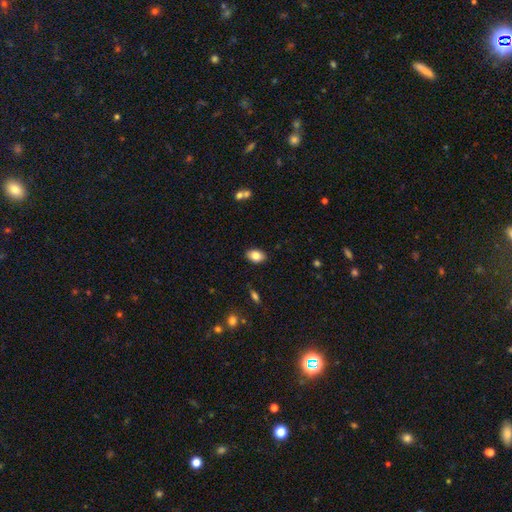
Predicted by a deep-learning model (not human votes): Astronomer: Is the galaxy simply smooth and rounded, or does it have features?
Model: smooth — 82%.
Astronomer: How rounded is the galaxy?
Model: in between — 85%.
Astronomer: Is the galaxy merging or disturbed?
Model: none — 87%.